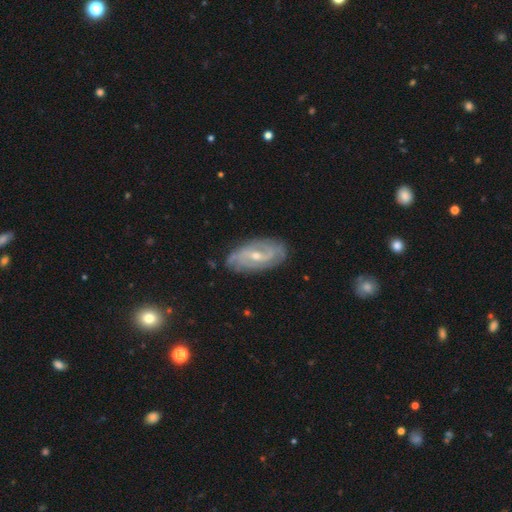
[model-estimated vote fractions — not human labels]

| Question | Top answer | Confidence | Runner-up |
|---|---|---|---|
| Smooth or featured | featured or disk | 83% | smooth (11%) |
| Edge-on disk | no | 93% | yes (7%) |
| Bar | weak | 50% | no (31%) |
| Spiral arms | yes | 93% | no (7%) |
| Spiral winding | tight | 40% | medium (39%) |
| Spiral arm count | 2 | 50% | can't tell (24%) |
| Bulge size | small | 55% | moderate (42%) |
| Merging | none | 78% | minor disturbance (17%) |